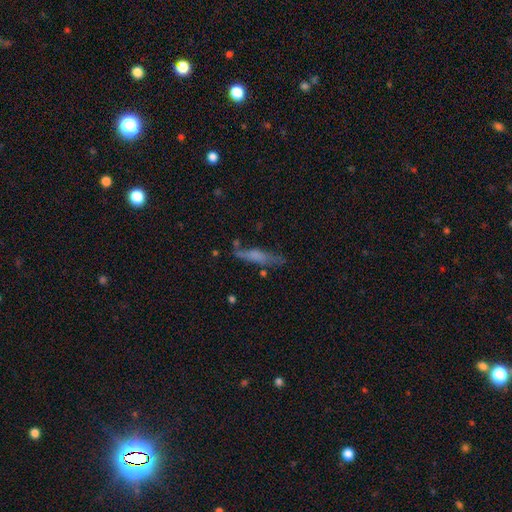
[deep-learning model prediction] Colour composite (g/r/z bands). It shows a smooth galaxy with no disk features (52%) that is cigar-shaped (79%). Merging: none (57%).